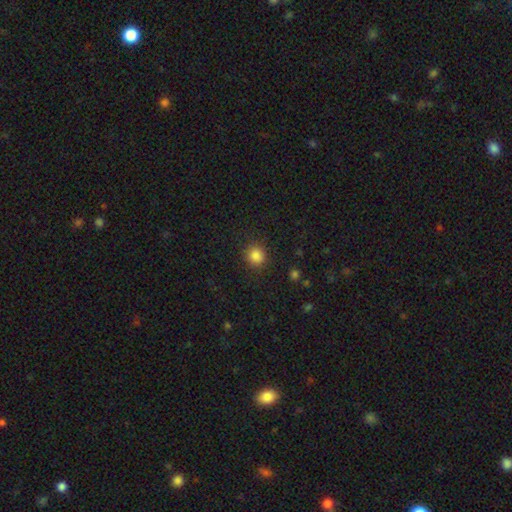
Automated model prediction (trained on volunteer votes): Morphology: type=smooth (85%); roundness=round (88%); merging=none (89%).